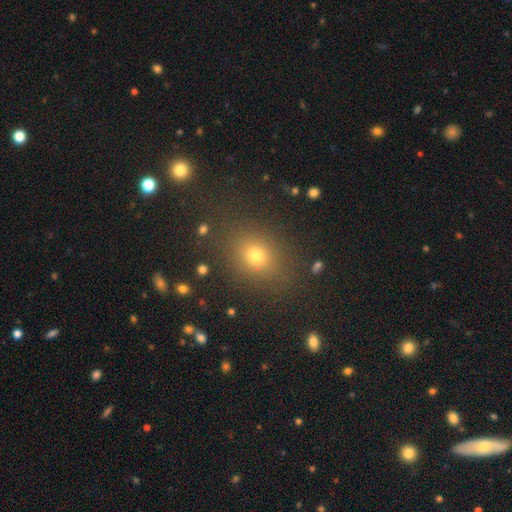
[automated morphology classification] The model was most divided on "how rounded": round: 52%, in between: 46%, cigar-shaped: 2%. More confident: merging — none (83%); smooth or featured — smooth (72%).